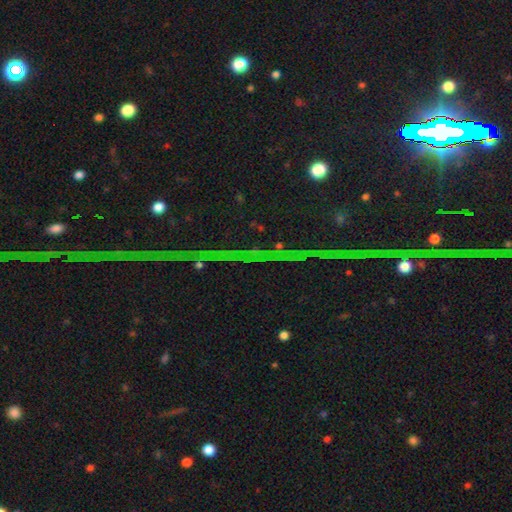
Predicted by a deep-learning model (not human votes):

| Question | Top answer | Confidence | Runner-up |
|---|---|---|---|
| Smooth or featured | star or artifact | 82% | featured or disk (10%) |